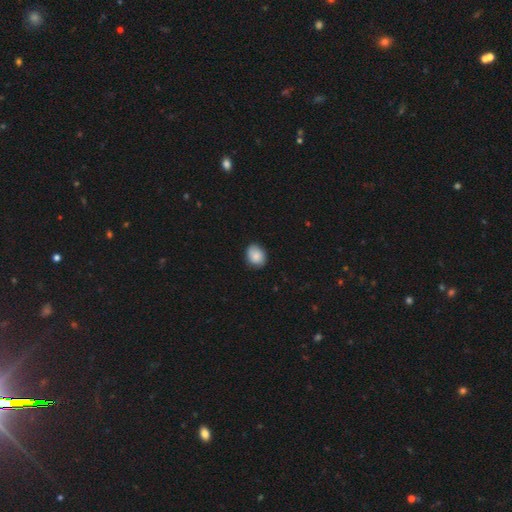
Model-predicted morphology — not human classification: type=smooth (85%); roundness=in between (53%); merging=none (81%).